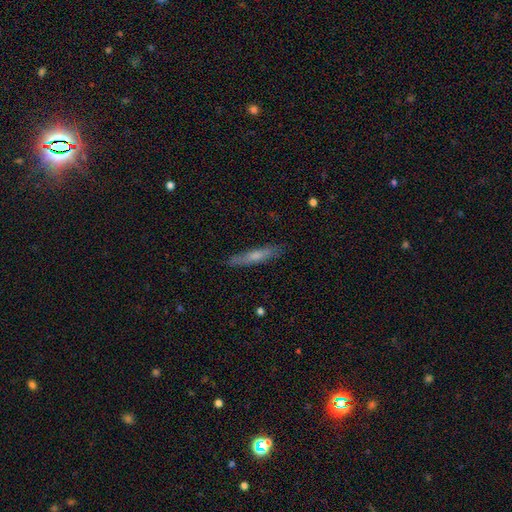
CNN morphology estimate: A smooth galaxy with no disk features (56%) that is cigar-shaped (90%).

Vote fractions:
- Smooth or featured? smooth: 56% / featured or disk: 38% / star or artifact: 6%
- How rounded? cigar-shaped: 90% / in between: 8% / round: 2%
- Merging? none: 85% / minor disturbance: 11% / major disturbance: 2% / merger: 1%